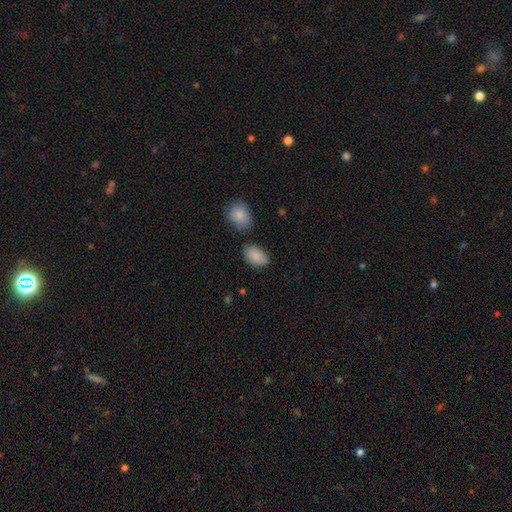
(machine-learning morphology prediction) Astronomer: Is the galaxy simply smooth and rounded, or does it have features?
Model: smooth — 88%.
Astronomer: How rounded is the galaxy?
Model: in between — 91%.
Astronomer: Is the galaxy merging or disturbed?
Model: none — 70%.